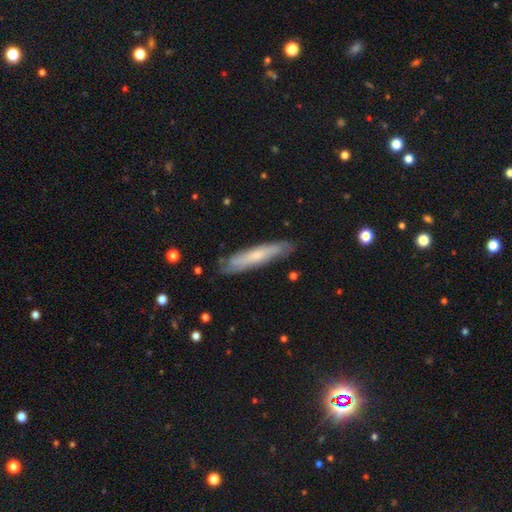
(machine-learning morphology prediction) Overall: smooth (50%; featured or disk 44%). How rounded: cigar-shaped (87%). Merging: none (80%).